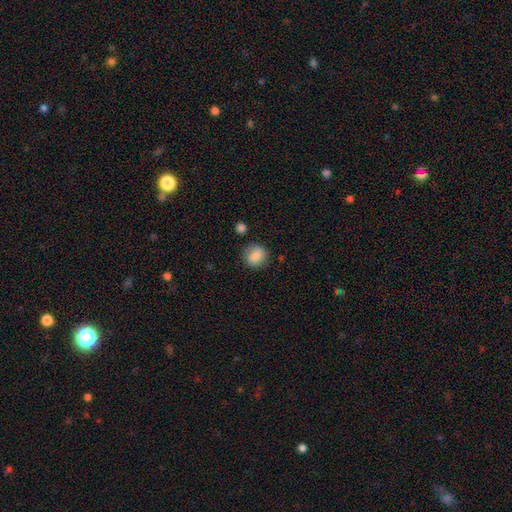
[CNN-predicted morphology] This appears to be a smooth galaxy with no disk features (85%) that is round (80%). Merging: none (79%).